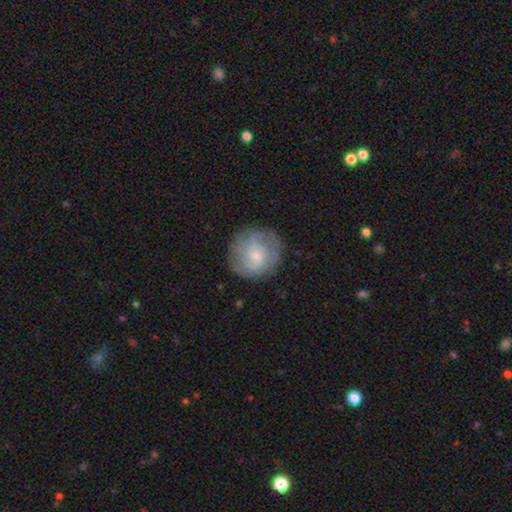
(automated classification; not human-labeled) The model was most divided on "smooth or featured": featured or disk: 54%, smooth: 37%, star or artifact: 8%. More confident: edge-on disk — no (97%); spiral arms — yes (79%); merging — none (79%); bar — no (69%); bulge size — small (56%).